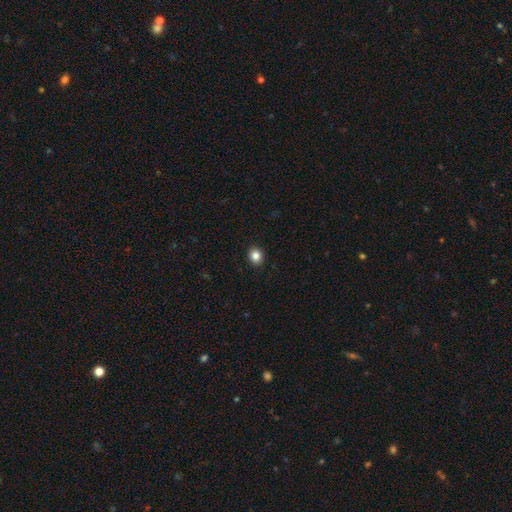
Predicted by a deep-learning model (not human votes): Q: Smooth or featured?
A: smooth (84%); runner-up: star or artifact (11%)
Q: How rounded?
A: round (70%); runner-up: in between (29%)
Q: Merging?
A: none (92%); runner-up: minor disturbance (6%)